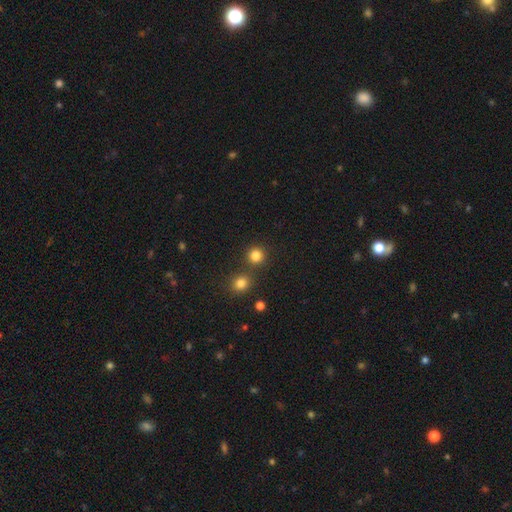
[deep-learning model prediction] A smooth galaxy with no disk features (82%) that is round (92%).

Vote fractions:
- Smooth or featured? smooth: 82% / star or artifact: 14% / featured or disk: 4%
- How rounded? round: 92% / in between: 7% / cigar-shaped: 1%
- Merging? none: 79% / merger: 12% / minor disturbance: 6% / major disturbance: 2%